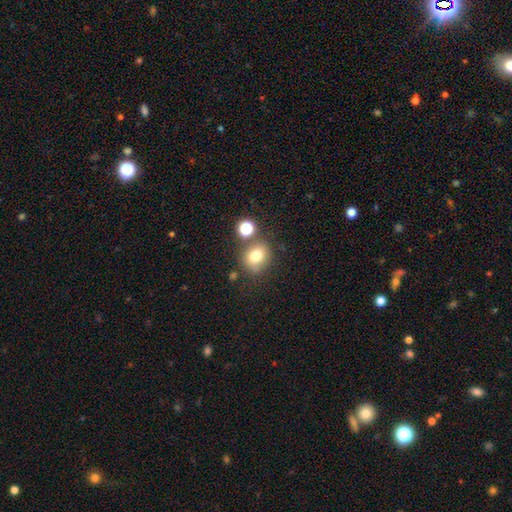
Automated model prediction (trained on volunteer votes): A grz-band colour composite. It shows a smooth galaxy with no disk features (76%) that is round (70%). Merging: none (69%).